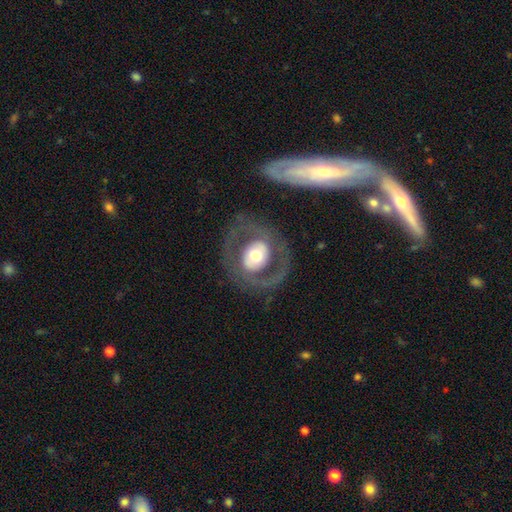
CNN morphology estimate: Overall: featured or disk (67%; smooth 27%). Edge-on disk: no (96%). Bar: no (61%; weak 23%). Spiral arms: no (57%; yes 43%). Bulge size: moderate (55%; large 32%). Merging: none (76%).